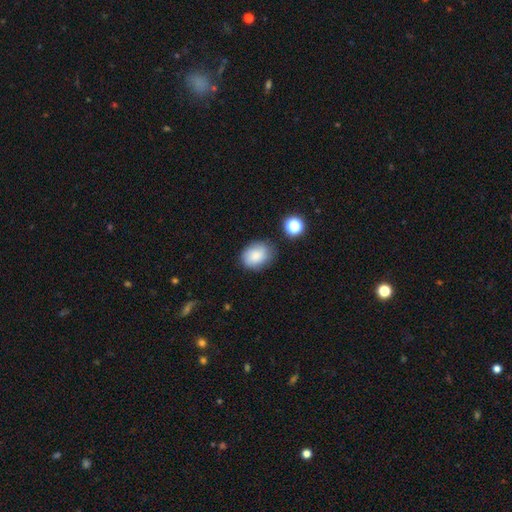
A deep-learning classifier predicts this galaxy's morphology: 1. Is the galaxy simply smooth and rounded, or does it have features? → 84% smooth, 9% star or artifact, 7% featured or disk.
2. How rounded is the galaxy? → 60% in between, 39% round, 1% cigar-shaped.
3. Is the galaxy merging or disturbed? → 74% none, 18% minor disturbance, 4% major disturbance, 4% merger.